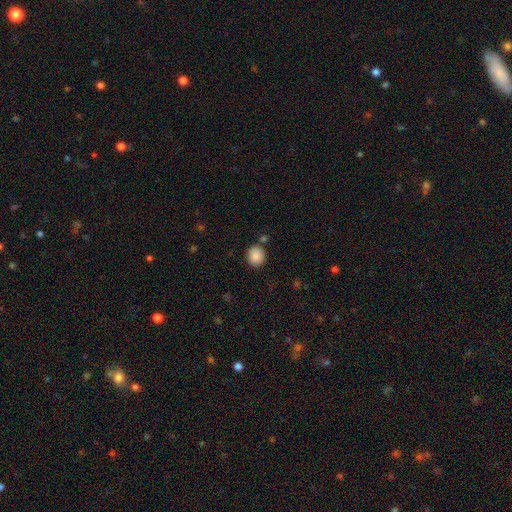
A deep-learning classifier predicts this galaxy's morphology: Smooth or featured? smooth (87%)
How rounded? round (80%)
Merging? none (82%)